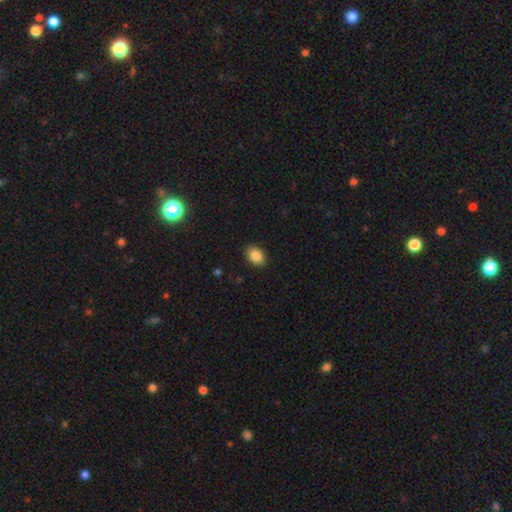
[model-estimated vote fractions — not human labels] Smooth or featured? Predicted: smooth (p=0.88). How rounded? Predicted: in between (p=0.75). Merging? Predicted: none (p=0.88).